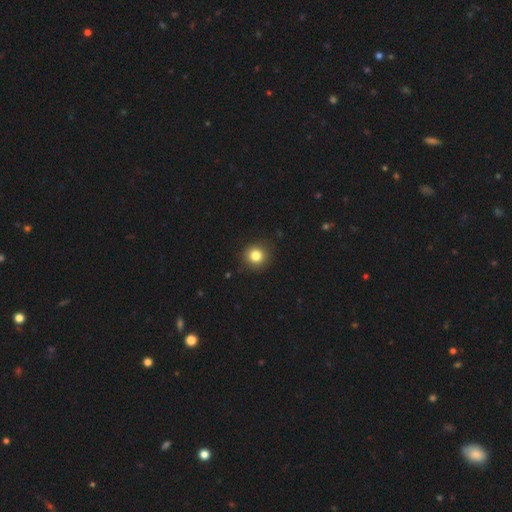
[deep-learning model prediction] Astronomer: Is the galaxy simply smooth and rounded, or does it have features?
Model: smooth — 83%.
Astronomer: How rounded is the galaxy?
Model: round — 91%.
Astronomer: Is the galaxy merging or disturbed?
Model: none — 90%.